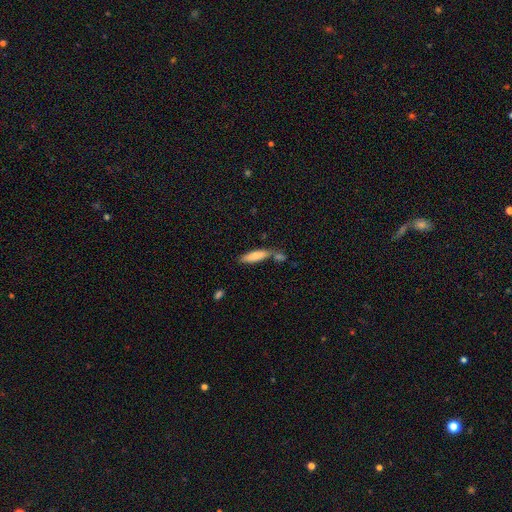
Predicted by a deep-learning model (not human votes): Smooth or featured?
  - smooth: 78% *
  - featured or disk: 16%
  - star or artifact: 6%
How rounded?
  - cigar-shaped: 64% *
  - in between: 34%
  - round: 2%
Merging?
  - none: 56% *
  - merger: 25%
  - minor disturbance: 15%
  - major disturbance: 4%